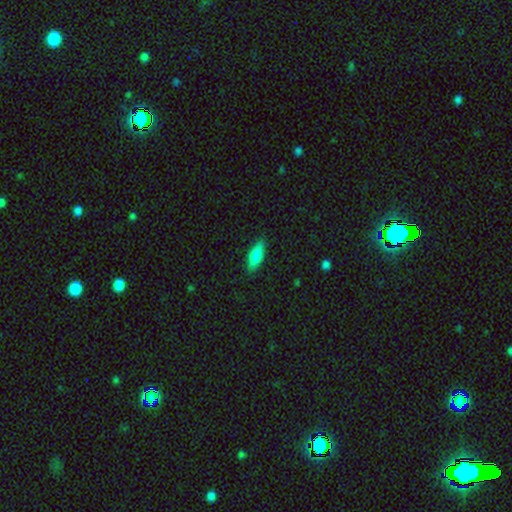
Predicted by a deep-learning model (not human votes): The model was most divided on "how rounded": in between: 60%, cigar-shaped: 37%, round: 2%. More confident: merging — none (87%); smooth or featured — smooth (76%).